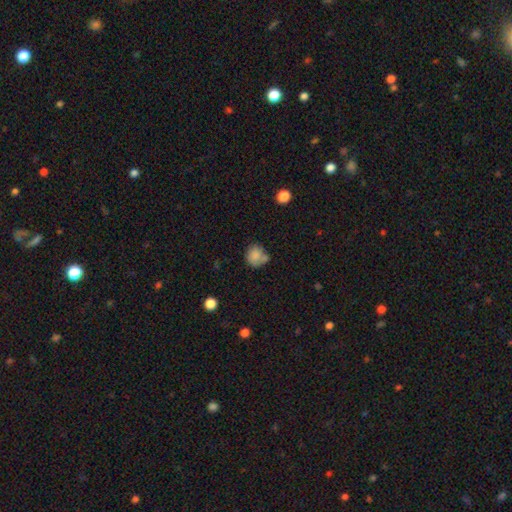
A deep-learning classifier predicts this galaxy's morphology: Smooth or featured? Predicted: smooth (p=0.81). How rounded? Predicted: round (p=0.79). Merging? Predicted: none (p=0.53).